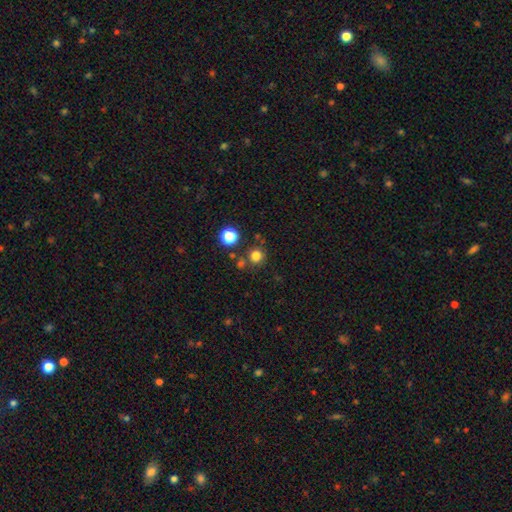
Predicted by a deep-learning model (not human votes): Smooth or featured? Predicted: smooth (p=0.79). How rounded? Predicted: round (p=0.93). Merging? Predicted: none (p=0.79).